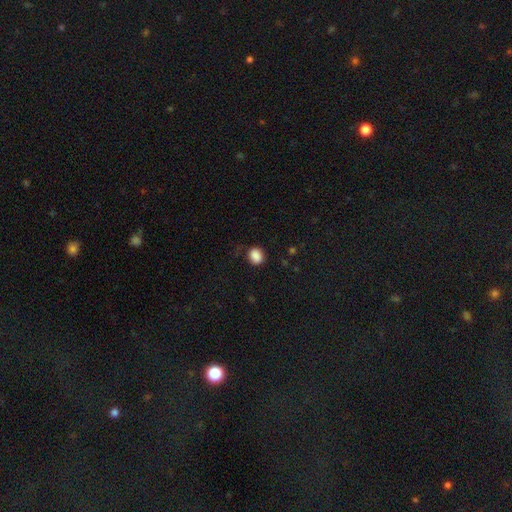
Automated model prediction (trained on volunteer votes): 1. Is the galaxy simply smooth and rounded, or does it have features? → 88% smooth, 9% star or artifact, 3% featured or disk.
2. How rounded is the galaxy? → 59% round, 40% in between, 1% cigar-shaped.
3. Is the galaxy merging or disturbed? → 75% none, 18% minor disturbance, 6% major disturbance, 1% merger.